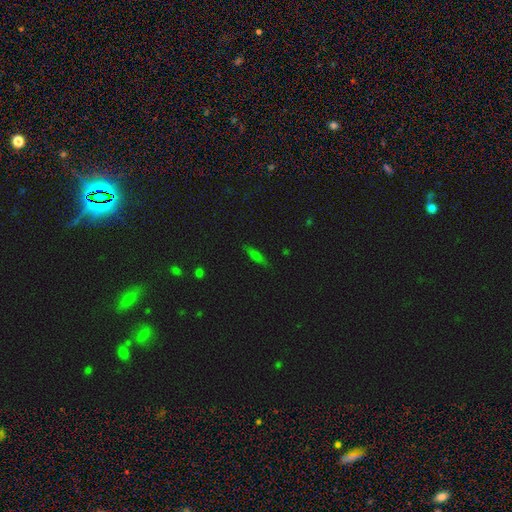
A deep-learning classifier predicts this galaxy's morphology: A smooth galaxy with no disk features (55%) that is cigar-shaped (72%). Merging: none (85%).